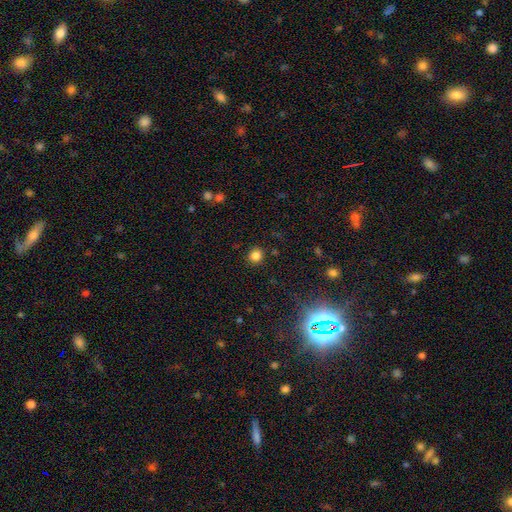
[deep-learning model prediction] Morphology: type=smooth (82%); roundness=round (88%); merging=none (90%).